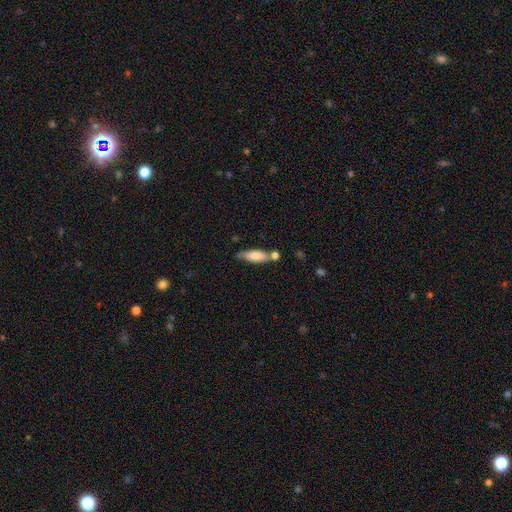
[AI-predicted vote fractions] Smooth or featured? Predicted: smooth (p=0.73). How rounded? Predicted: in between (p=0.54). Merging? Predicted: none (p=0.55).